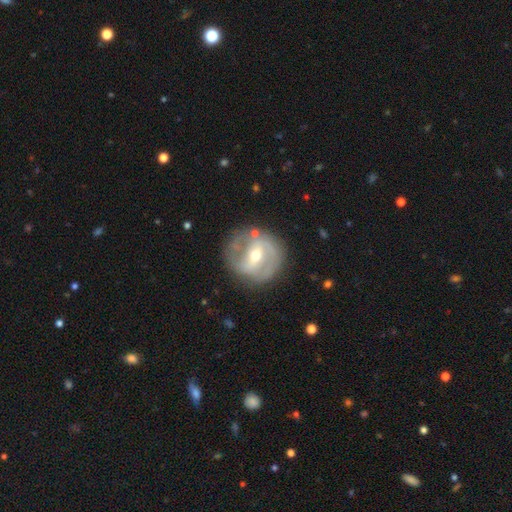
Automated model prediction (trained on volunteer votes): Smooth or featured: featured or disk — 78% (smooth — 16%)
Edge-on disk: no — 97% (yes — 3%)
Bar: weak — 42% (strong — 39%)
Spiral arms: yes — 79% (no — 21%)
Spiral winding: medium — 45% (tight — 35%)
Spiral arm count: 2 — 78% (can't tell — 12%)
Bulge size: moderate — 53% (small — 43%)
Merging: none — 78% (minor disturbance — 14%)